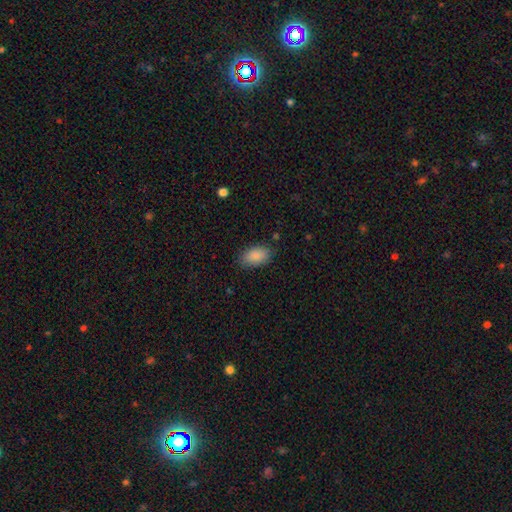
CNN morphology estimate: type=smooth (89%); roundness=in between (92%); merging=none (82%).